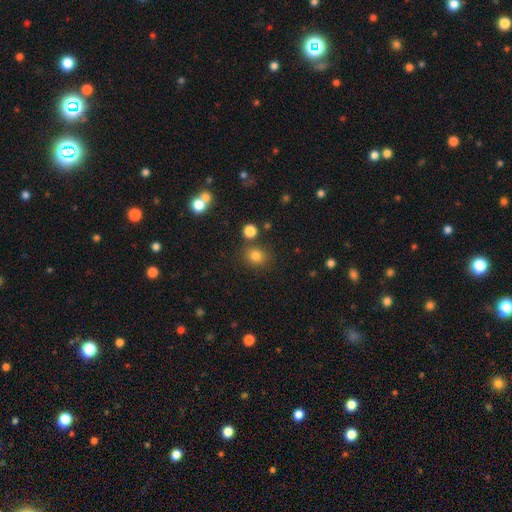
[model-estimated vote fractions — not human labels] Smooth or featured: smooth — 80% (star or artifact — 14%)
How rounded: round — 75% (in between — 24%)
Merging: none — 78% (minor disturbance — 10%)